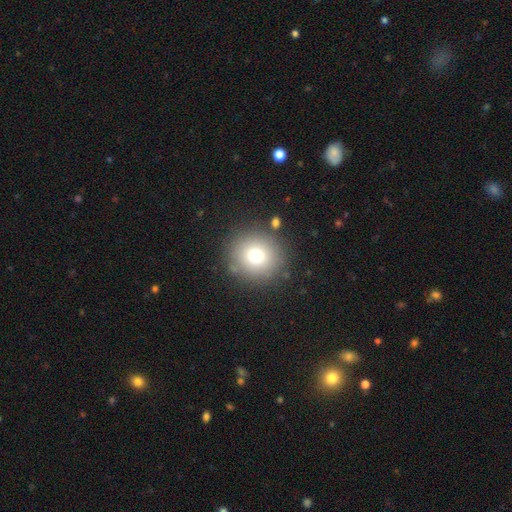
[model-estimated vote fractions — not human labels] smooth_or_featured: smooth (p=0.74) [alt: star or artifact p=0.14]
how_rounded: round (p=0.91) [alt: in between p=0.08]
merging: none (p=0.85) [alt: minor disturbance p=0.08]